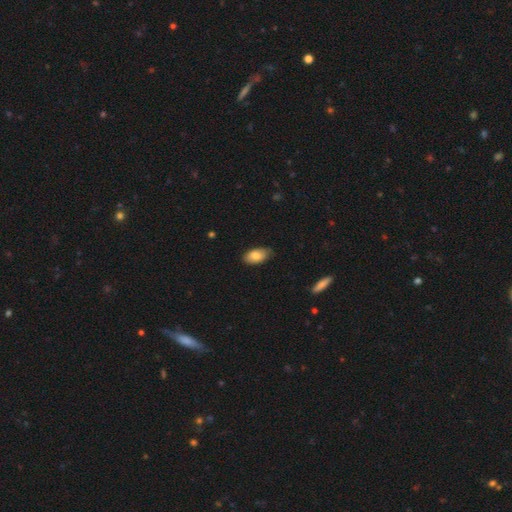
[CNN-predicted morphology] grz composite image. It shows a smooth galaxy with no disk features (82%) that is in between round and cigar-shaped (94%). Merging: none (77%).